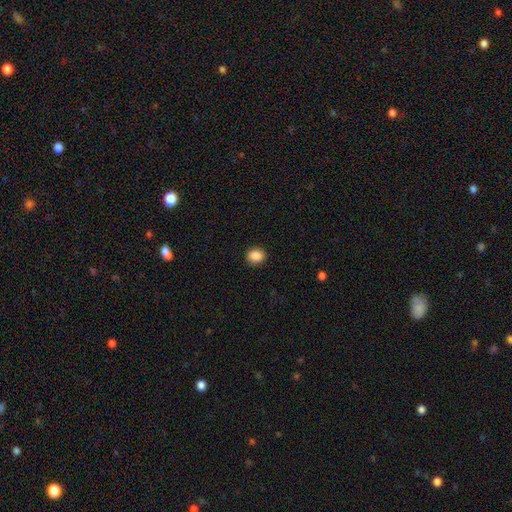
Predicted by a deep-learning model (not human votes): This appears to be a smooth galaxy with no disk features (87%) that is round (75%). Merging: none (91%).